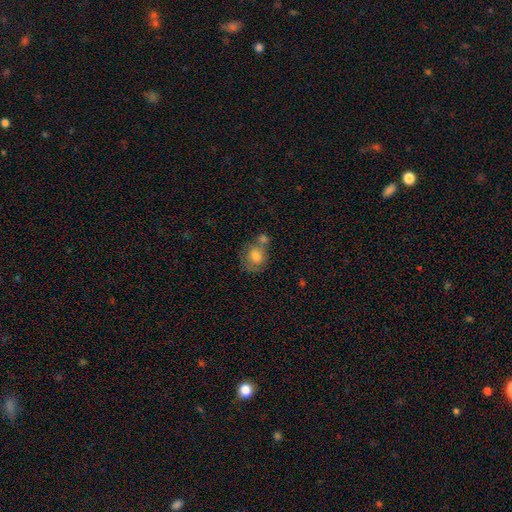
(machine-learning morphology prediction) Smooth or featured: smooth — 74% (featured or disk — 18%)
How rounded: round — 71% (in between — 28%)
Merging: none — 41% (merger — 35%)